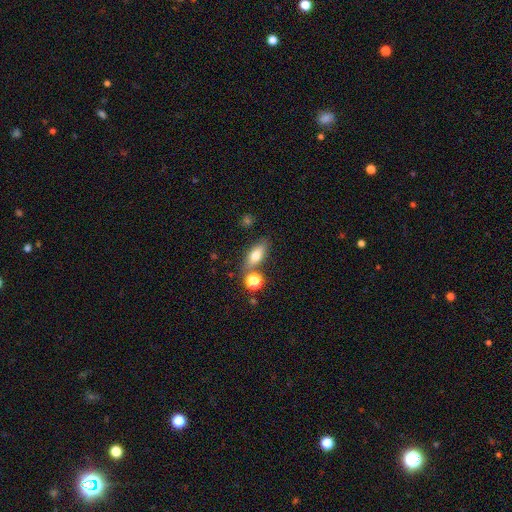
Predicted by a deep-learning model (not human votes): Overall: smooth (70%). How rounded: in between (72%). Merging: none (68%).